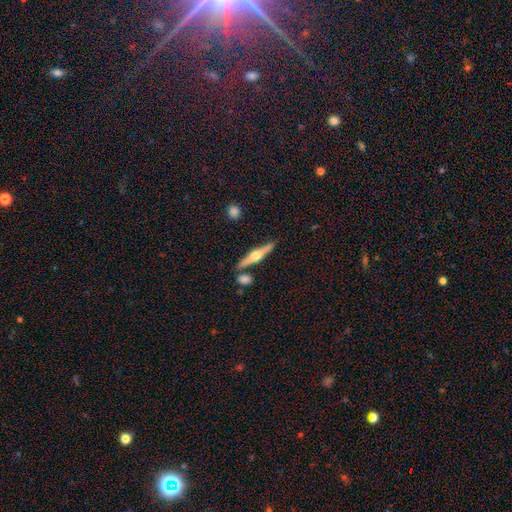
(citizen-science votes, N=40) Smooth or featured? 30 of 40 (75%) said featured or disk. Edge-on disk? 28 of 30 (93%) said yes. Edge-on bulge? 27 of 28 (96%) said rounded. Merging? 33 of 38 (87%) said none.